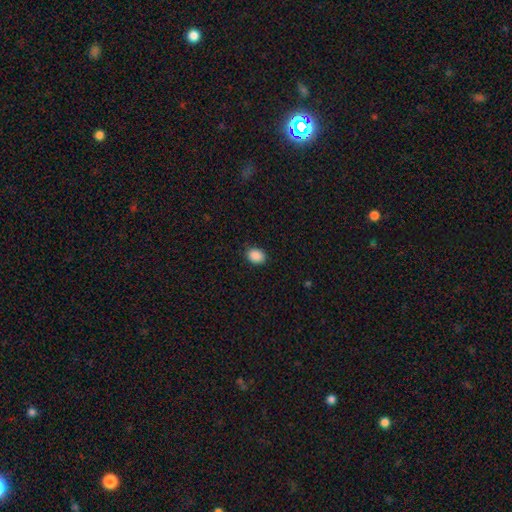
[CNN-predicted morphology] Overall: smooth (89%). How rounded: in between (60%; round 39%). Merging: none (86%).